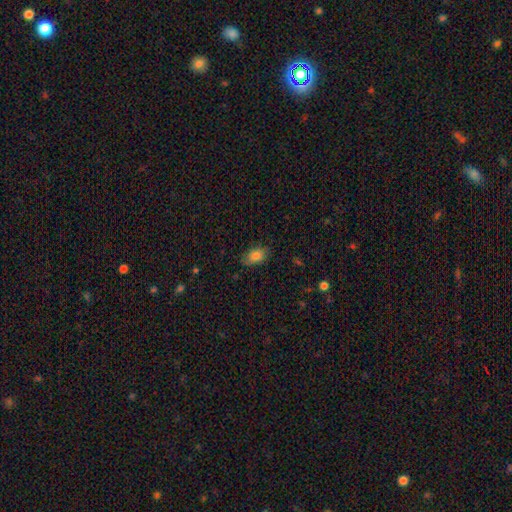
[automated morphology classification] Smooth or featured: smooth — 83% (star or artifact — 9%)
How rounded: in between — 87% (round — 11%)
Merging: none — 77% (minor disturbance — 18%)